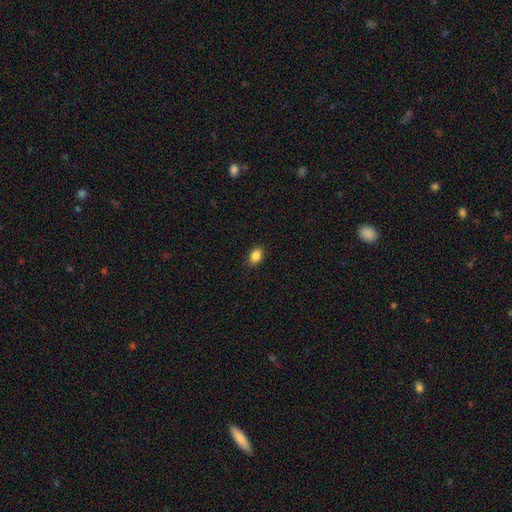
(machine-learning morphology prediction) A smooth galaxy with no disk features (87%) that is in between round and cigar-shaped (78%). Merging: none (87%).